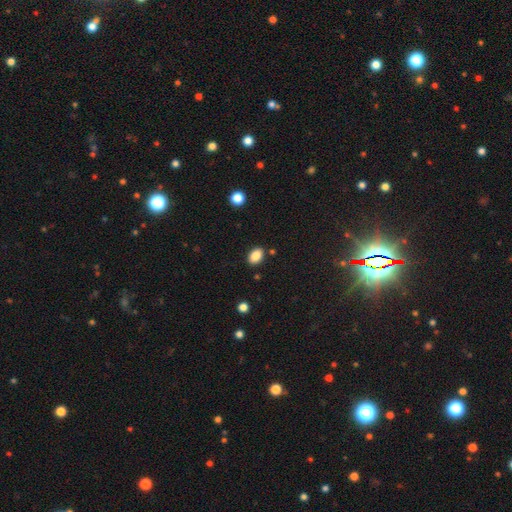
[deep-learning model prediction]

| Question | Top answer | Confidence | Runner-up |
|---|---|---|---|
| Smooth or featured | smooth | 86% | star or artifact (9%) |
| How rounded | in between | 83% | round (16%) |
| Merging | none | 85% | minor disturbance (9%) |